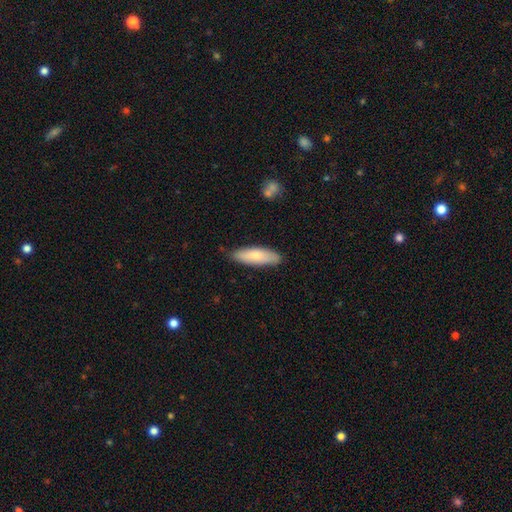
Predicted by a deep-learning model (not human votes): The model was most divided on "how rounded": in between: 52%, cigar-shaped: 46%, round: 2%. More confident: merging — none (84%); smooth or featured — smooth (79%).